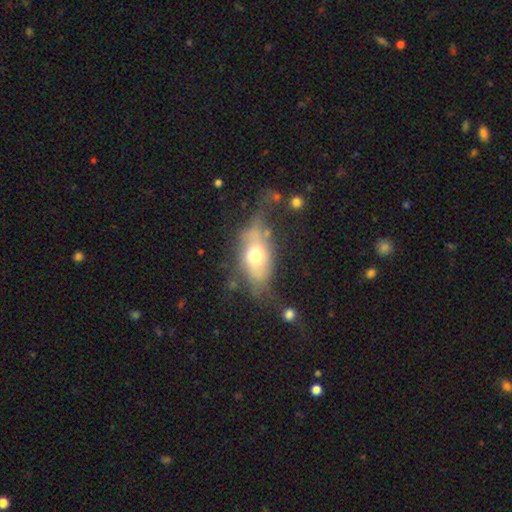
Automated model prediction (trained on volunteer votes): smooth_or_featured: smooth (p=0.49) [alt: featured or disk p=0.43]
merging: none (p=0.39) [alt: minor disturbance p=0.29]